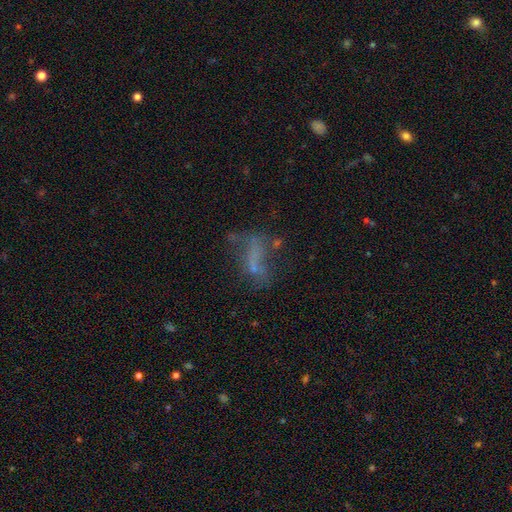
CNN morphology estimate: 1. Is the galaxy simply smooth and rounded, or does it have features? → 39% featured or disk, 35% smooth, 25% star or artifact.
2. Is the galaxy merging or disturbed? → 42% none, 30% major disturbance, 20% minor disturbance, 8% merger.